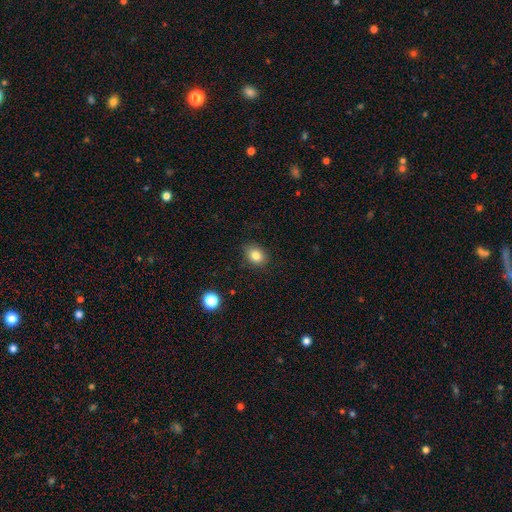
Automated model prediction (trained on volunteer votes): Smooth or featured? Predicted: smooth (p=0.82). How rounded? Predicted: in between (p=0.57). Merging? Predicted: none (p=0.83).